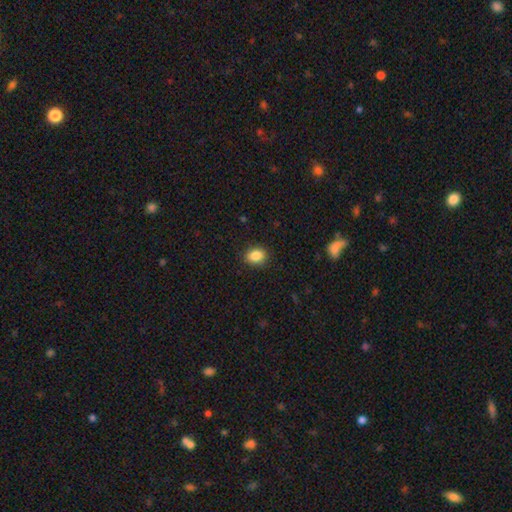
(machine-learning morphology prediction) smooth 86%, star or artifact 9%, featured or disk 5%. Down the decision tree: how rounded — in between (57%); merging — none (89%).